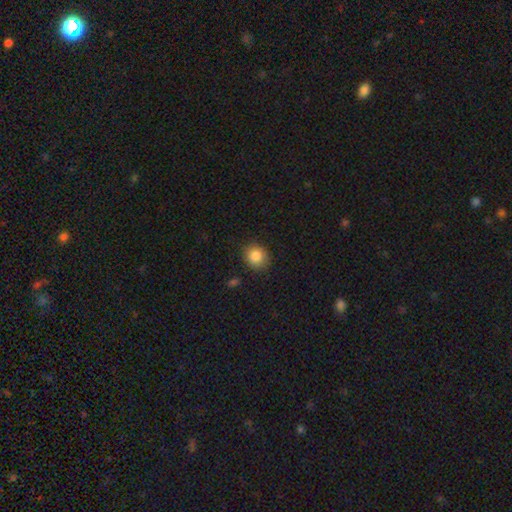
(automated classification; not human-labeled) Overall: smooth (86%). How rounded: round (74%). Merging: none (84%).